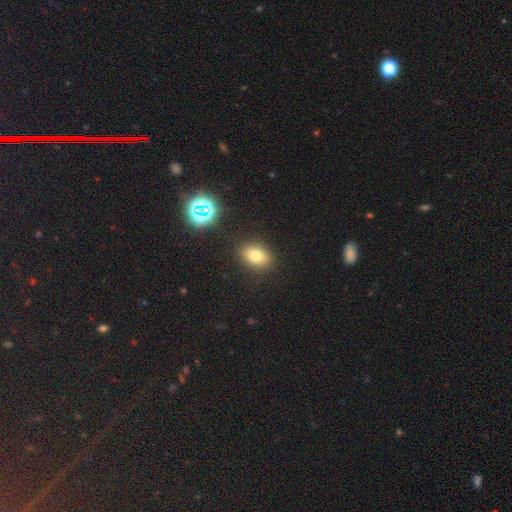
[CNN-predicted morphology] Smooth or featured? Predicted: smooth (p=0.76). How rounded? Predicted: in between (p=0.66). Merging? Predicted: none (p=0.86).